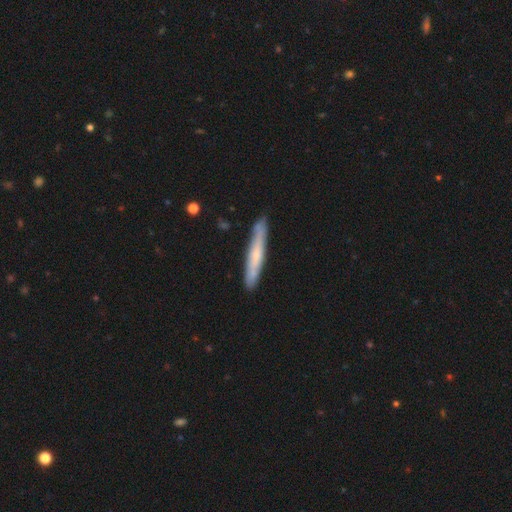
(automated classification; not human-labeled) Smooth or featured? smooth (51%)
How rounded? cigar-shaped (95%)
Merging? none (87%)